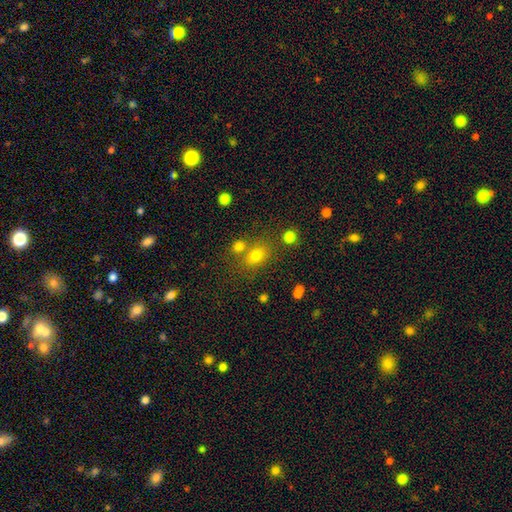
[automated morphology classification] This appears to be a smooth galaxy with no disk features (75%) that is in between round and cigar-shaped (58%). Merging: none (61%).